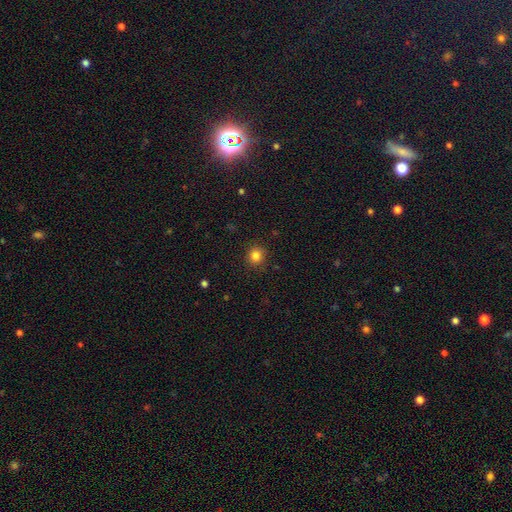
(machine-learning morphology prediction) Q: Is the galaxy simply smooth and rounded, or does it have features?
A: smooth — 82%.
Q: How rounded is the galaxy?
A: round — 90%.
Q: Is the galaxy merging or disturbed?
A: none — 90%.